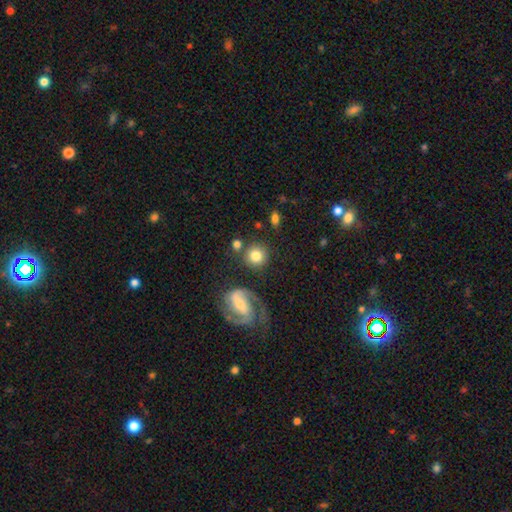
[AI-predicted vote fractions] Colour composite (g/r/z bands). It shows a smooth galaxy with no disk features (75%) that is round (91%). Merging: none (76%).